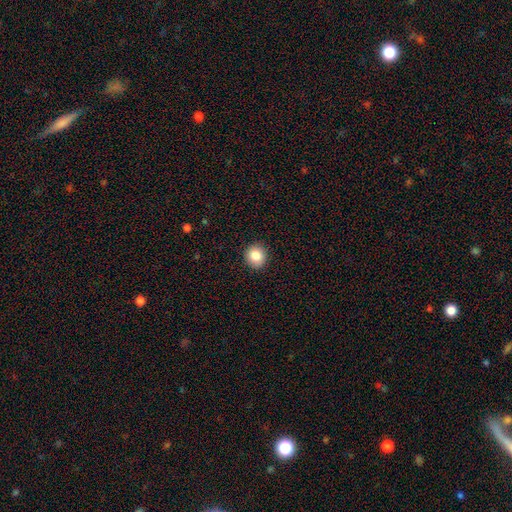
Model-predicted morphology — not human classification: smooth_or_featured: smooth (p=0.85) [alt: star or artifact p=0.09]
how_rounded: round (p=0.88) [alt: in between p=0.11]
merging: none (p=0.92) [alt: minor disturbance p=0.06]